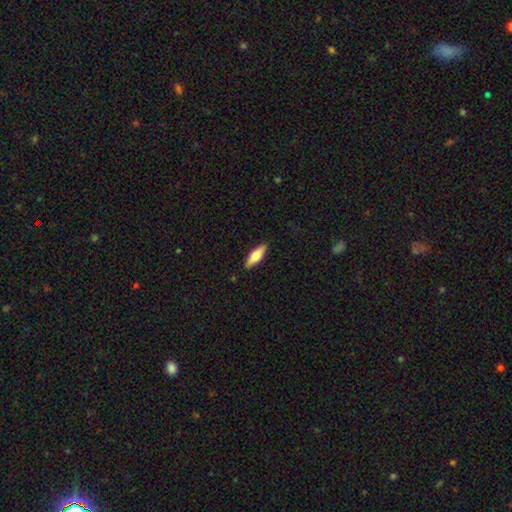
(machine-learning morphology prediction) Smooth or featured?
  - smooth: 62% *
  - featured or disk: 33%
  - star or artifact: 6%
How rounded?
  - in between: 51% *
  - cigar-shaped: 47%
  - round: 2%
Merging?
  - none: 89% *
  - minor disturbance: 8%
  - major disturbance: 2%
  - merger: 1%